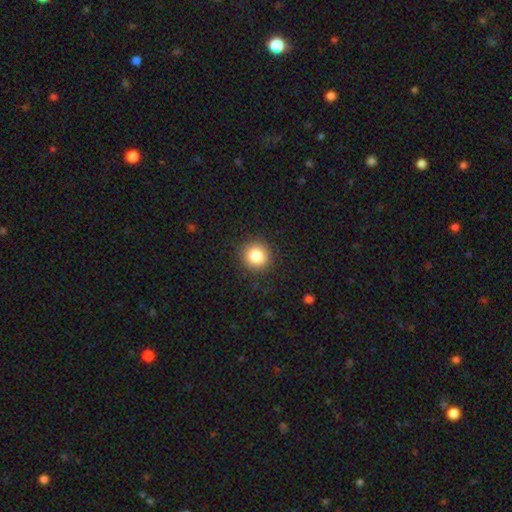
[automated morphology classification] smooth 84%, star or artifact 10%, featured or disk 6%. Down the decision tree: how rounded — round (93%); merging — none (89%).